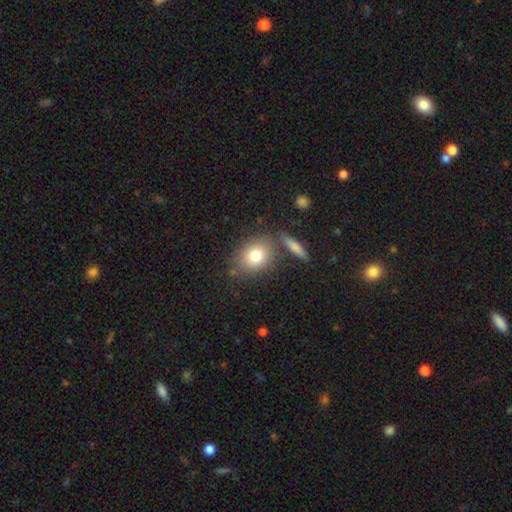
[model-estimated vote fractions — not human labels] This is likely a smooth galaxy (78%). How rounded: possibly in between (52%). Merging: likely none (69%).